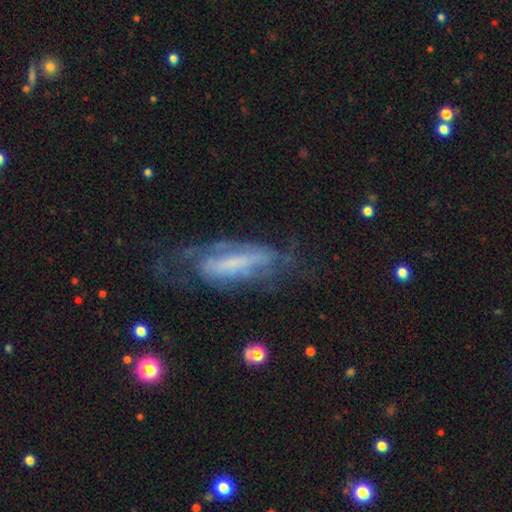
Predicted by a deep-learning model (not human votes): Smooth or featured?
  - featured or disk: 66% *
  - smooth: 26%
  - star or artifact: 8%
Edge-on disk?
  - no: 81% *
  - yes: 19%
Bar?
  - no: 39% *
  - weak: 33%
  - strong: 28%
Spiral arms?
  - yes: 72% *
  - no: 28%
Bulge size?
  - small: 40% *
  - none: 29%
  - moderate: 21%
  - large: 8%
  - dominant: 2%
Merging?
  - none: 46% *
  - major disturbance: 27%
  - minor disturbance: 24%
  - merger: 3%